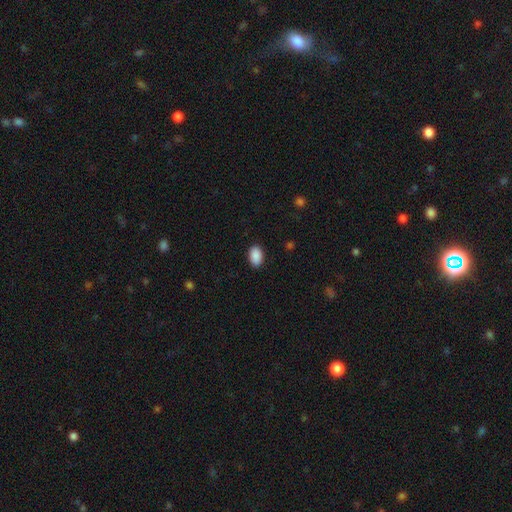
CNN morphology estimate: A smooth galaxy with no disk features (91%) that is in between round and cigar-shaped (91%).

Vote fractions:
- Smooth or featured? smooth: 91% / star or artifact: 7% / featured or disk: 2%
- How rounded? in between: 91% / round: 8% / cigar-shaped: 1%
- Merging? none: 89% / minor disturbance: 8% / major disturbance: 2% / merger: 1%